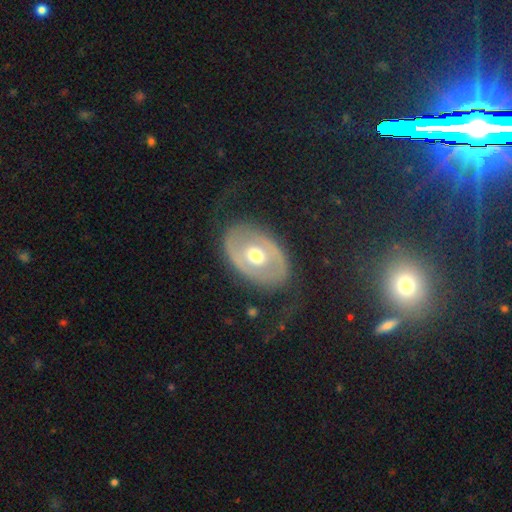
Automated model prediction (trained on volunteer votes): smooth-or-featured: featured or disk: 62% | smooth: 33% | star or artifact: 5%
  disk-edge-on: no: 91% | yes: 9%
    bar: no: 80% | weak: 14% | strong: 6%
    has-spiral-arms: no: 77% | yes: 23%
    bulge-size: moderate: 76% | large: 14% | small: 8% | dominant: 1% | none: 1%
  merging: none: 76% | minor disturbance: 15% | major disturbance: 8% | merger: 1%